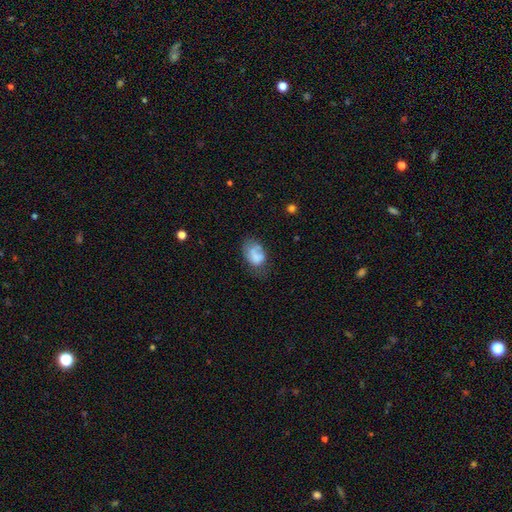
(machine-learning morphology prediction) type=smooth (67%); roundness=in between (81%); merging=none (40%).